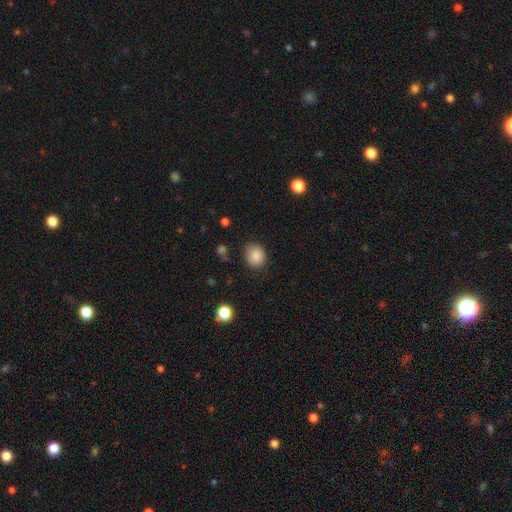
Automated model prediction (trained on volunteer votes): smooth-or-featured: smooth: 86% | star or artifact: 9% | featured or disk: 4%
  how-rounded: round: 70% | in between: 29% | cigar-shaped: 1%
  merging: none: 81% | minor disturbance: 14% | major disturbance: 4% | merger: 2%